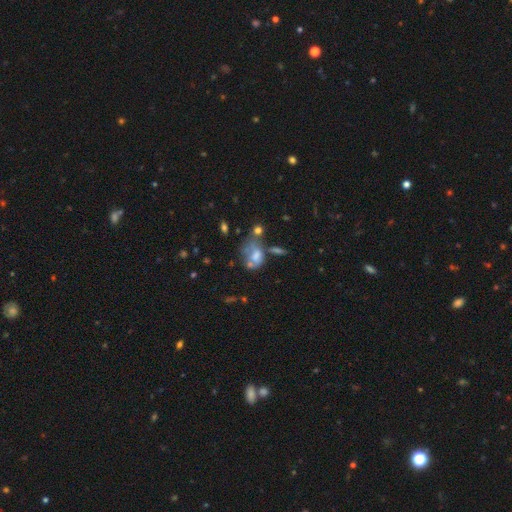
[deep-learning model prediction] The model was most divided on "smooth or featured": smooth: 43%, featured or disk: 41%, star or artifact: 16%. Remaining: merging — merger (33%).